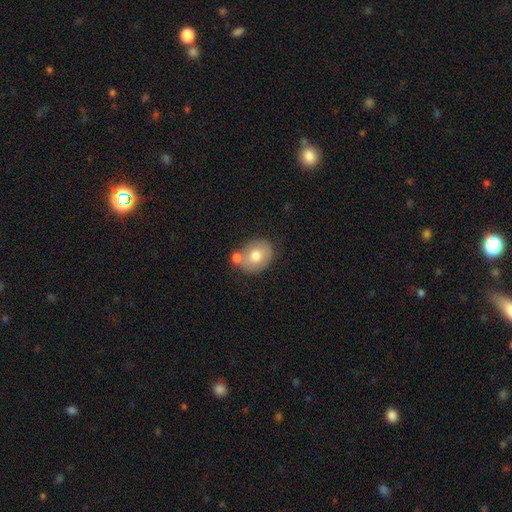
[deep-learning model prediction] smooth 70%, featured or disk 22%, star or artifact 7%. Down the decision tree: how rounded — in between (53%); merging — none (55%).